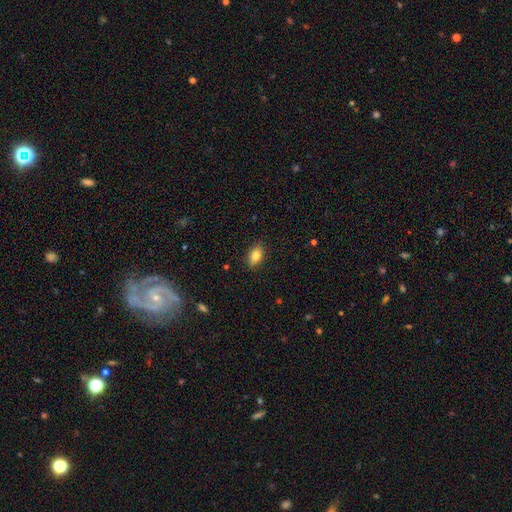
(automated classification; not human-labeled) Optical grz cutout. It shows a smooth galaxy with no disk features (82%) that is in between round and cigar-shaped (87%). Merging: none (87%).